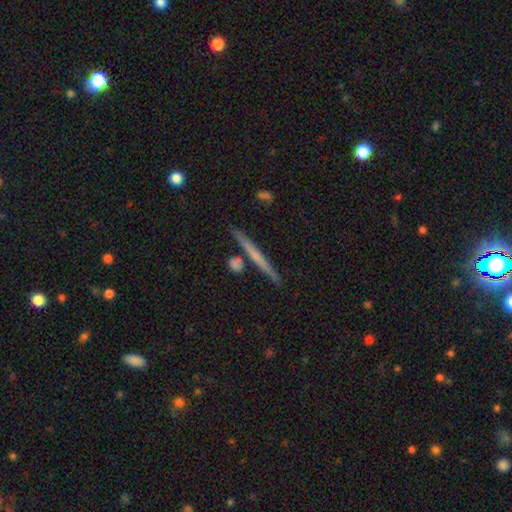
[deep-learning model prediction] smooth_or_featured: featured or disk (p=0.52) [alt: smooth p=0.42]
disk_edge_on: yes (p=0.96) [alt: no p=0.04]
edge_on_bulge: none (p=0.75) [alt: rounded p=0.19]
merging: none (p=0.85) [alt: minor disturbance p=0.08]